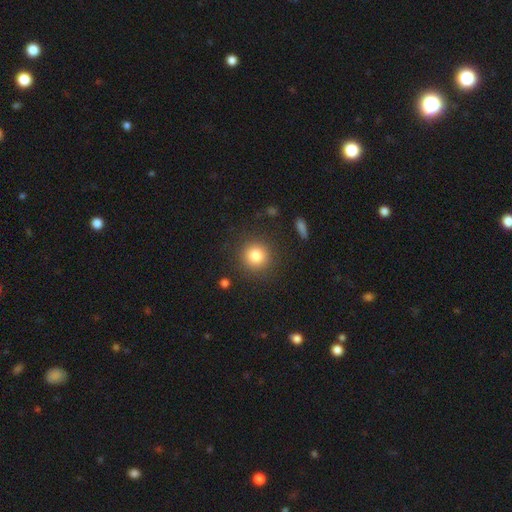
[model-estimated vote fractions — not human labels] A smooth galaxy with no disk features (82%) that is round (93%).

Vote fractions:
- Smooth or featured? smooth: 82% / star or artifact: 11% / featured or disk: 7%
- How rounded? round: 93% / in between: 6% / cigar-shaped: 1%
- Merging? none: 88% / minor disturbance: 7% / major disturbance: 3% / merger: 2%